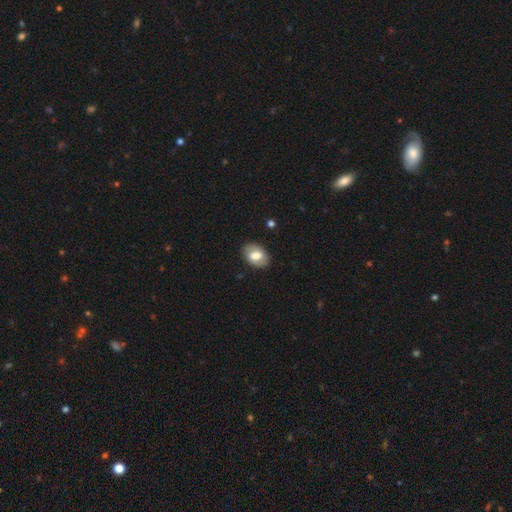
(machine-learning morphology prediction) type=smooth (67%); roundness=in between (83%); merging=none (85%).